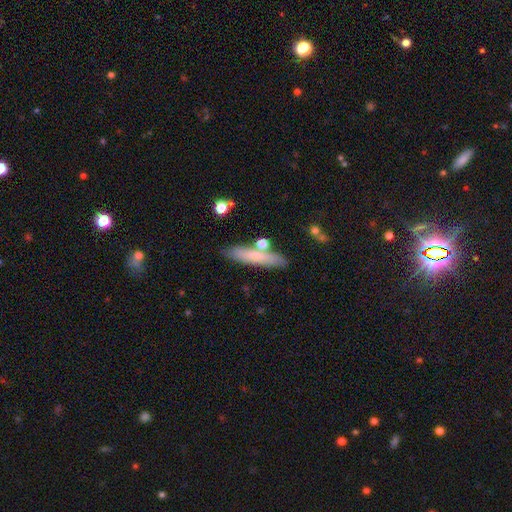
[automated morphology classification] smooth_or_featured: smooth (p=0.70) [alt: featured or disk p=0.23]
how_rounded: cigar-shaped (p=0.85) [alt: in between p=0.13]
merging: none (p=0.79) [alt: minor disturbance p=0.11]